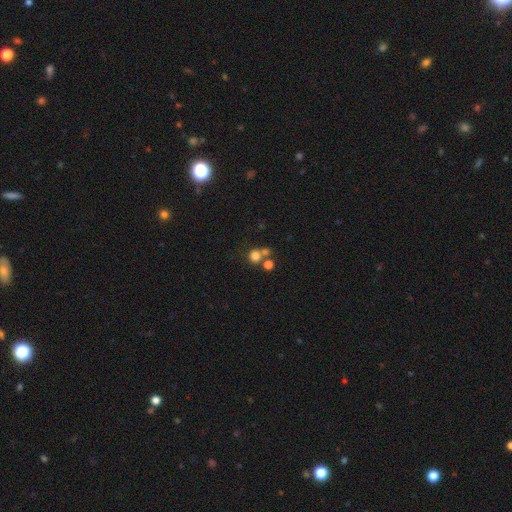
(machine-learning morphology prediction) smooth 76%, star or artifact 15%, featured or disk 9%. Down the decision tree: how rounded — round (86%); merging — none (52%).